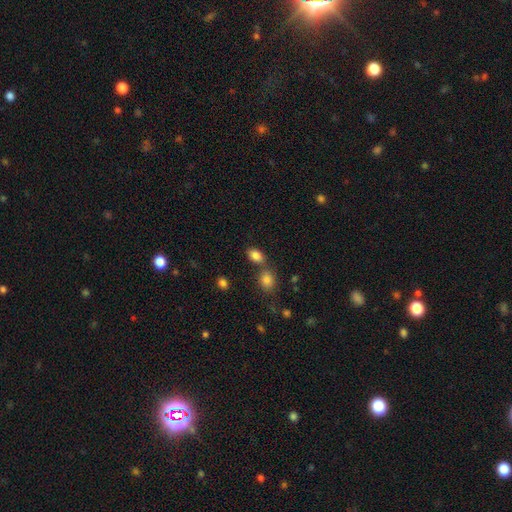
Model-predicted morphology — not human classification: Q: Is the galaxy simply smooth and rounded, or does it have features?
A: smooth — 85%.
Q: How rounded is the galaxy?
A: in between — 85%.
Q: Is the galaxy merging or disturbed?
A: none — 59%.